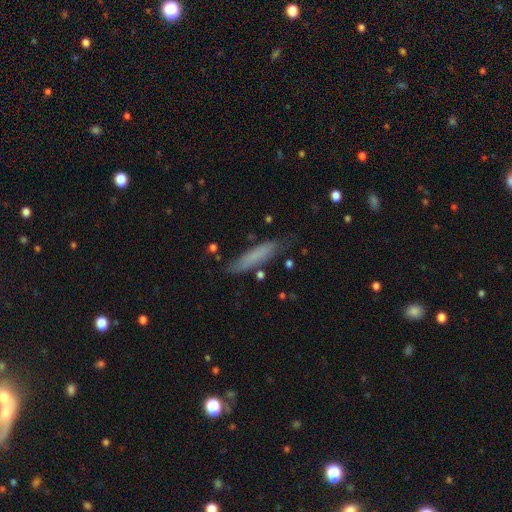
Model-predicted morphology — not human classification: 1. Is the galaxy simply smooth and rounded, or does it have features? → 72% smooth, 20% featured or disk, 8% star or artifact.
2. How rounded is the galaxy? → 85% cigar-shaped, 13% in between, 2% round.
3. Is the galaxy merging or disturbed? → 75% none, 18% minor disturbance, 4% major disturbance, 3% merger.